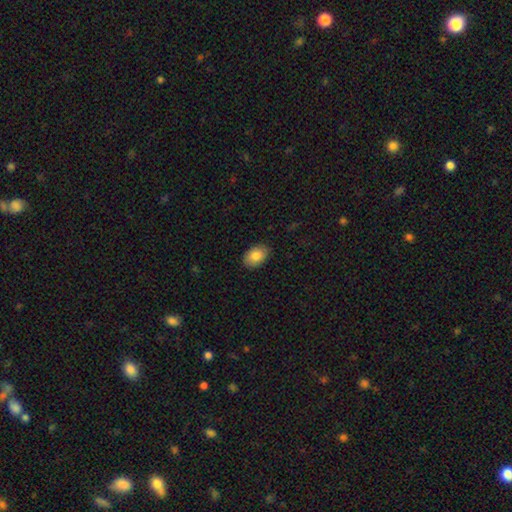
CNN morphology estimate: This appears to be a smooth galaxy with no disk features (86%) that is in between round and cigar-shaped (88%). Merging: none (88%).